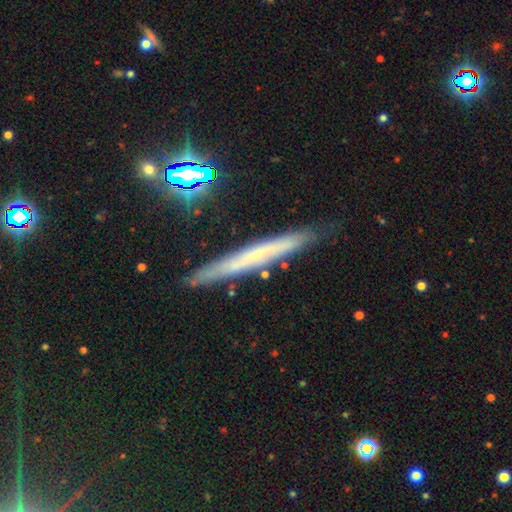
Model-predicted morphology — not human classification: smooth-or-featured: featured or disk: 55% | smooth: 34% | star or artifact: 11%
  disk-edge-on: yes: 91% | no: 9%
    edge-on-bulge: none: 73% | rounded: 23% | boxy: 4%
  merging: none: 87% | minor disturbance: 10% | major disturbance: 2% | merger: 2%